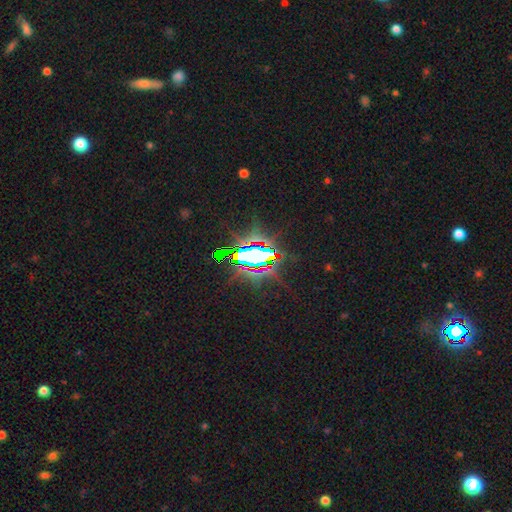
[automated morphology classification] Smooth or featured: star or artifact — 74% (featured or disk — 14%)